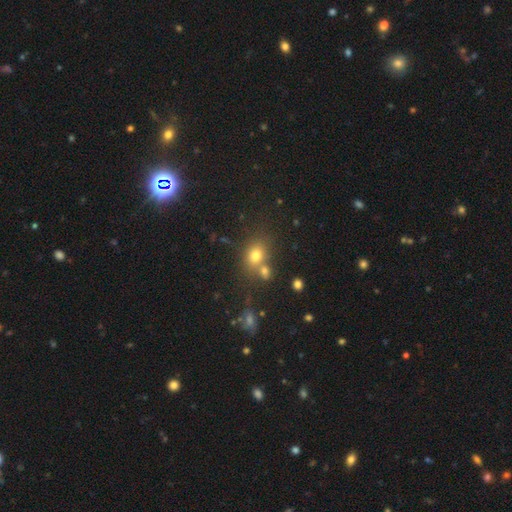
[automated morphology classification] This appears to be a smooth galaxy with no disk features (73%) that is round (52%). Merging: none (56%).